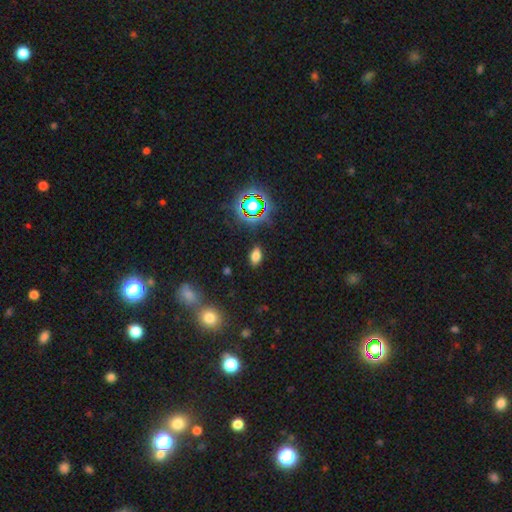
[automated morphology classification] smooth_or_featured: smooth (p=0.69) [alt: star or artifact p=0.22]
how_rounded: in between (p=0.88) [alt: round p=0.08]
merging: none (p=0.86) [alt: minor disturbance p=0.09]